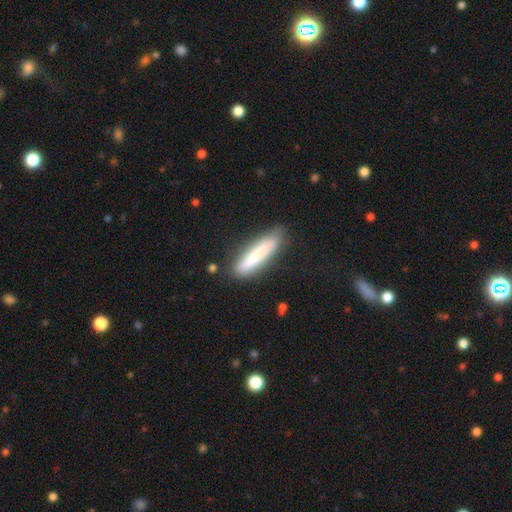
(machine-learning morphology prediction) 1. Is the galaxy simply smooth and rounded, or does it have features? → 76% smooth, 18% featured or disk, 7% star or artifact.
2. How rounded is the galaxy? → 83% cigar-shaped, 16% in between, 1% round.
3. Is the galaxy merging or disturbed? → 78% none, 16% minor disturbance, 4% major disturbance, 2% merger.